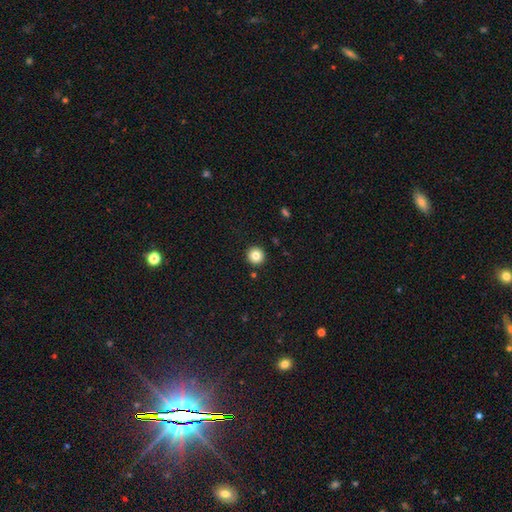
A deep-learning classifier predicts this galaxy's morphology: smooth-or-featured: smooth: 83% | star or artifact: 11% | featured or disk: 6%
  how-rounded: round: 96% | in between: 3% | cigar-shaped: 1%
  merging: none: 92% | minor disturbance: 4% | merger: 2% | major disturbance: 2%